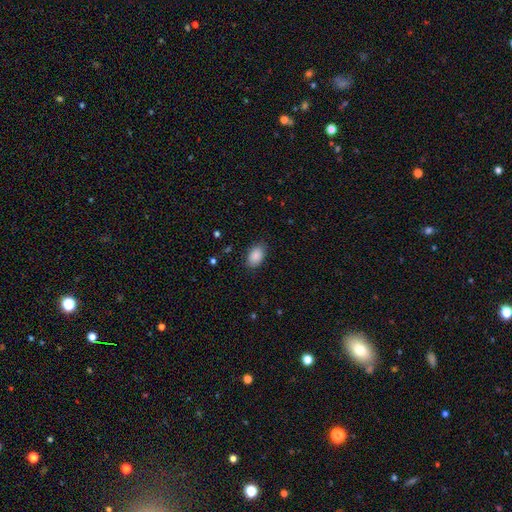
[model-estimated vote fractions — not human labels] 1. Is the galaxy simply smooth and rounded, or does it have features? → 89% smooth, 7% star or artifact, 4% featured or disk.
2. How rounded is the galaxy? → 89% in between, 10% round, 1% cigar-shaped.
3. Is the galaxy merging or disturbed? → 84% none, 12% minor disturbance, 3% major disturbance, 1% merger.